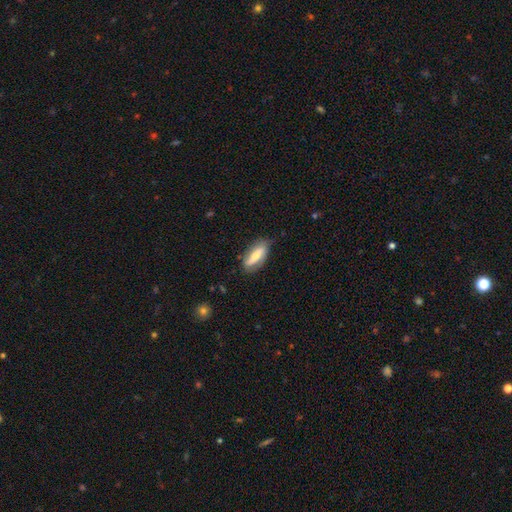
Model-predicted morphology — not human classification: smooth-or-featured: smooth: 52% | featured or disk: 41% | star or artifact: 6%
  how-rounded: in between: 70% | cigar-shaped: 28% | round: 3%
  merging: none: 75% | minor disturbance: 20% | major disturbance: 4% | merger: 2%